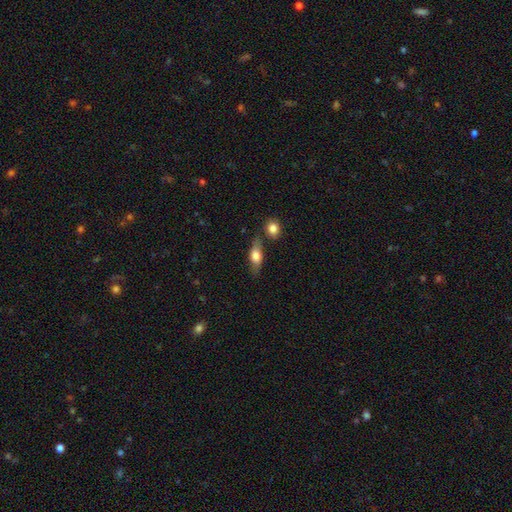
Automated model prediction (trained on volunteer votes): Morphology: type=smooth (67%); roundness=in between (69%); merging=none (67%).